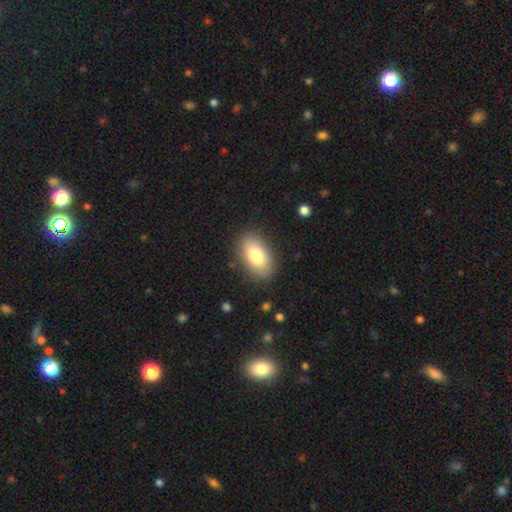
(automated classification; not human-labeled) smooth 81%, featured or disk 12%, star or artifact 7%. Down the decision tree: how rounded — in between (93%); merging — none (85%).